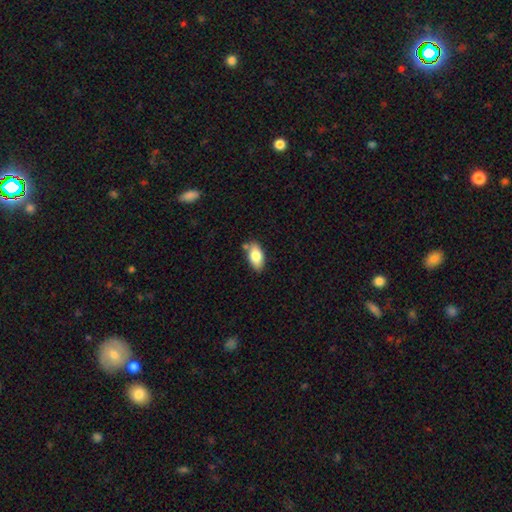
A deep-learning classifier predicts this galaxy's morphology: Smooth or featured? smooth (78%)
How rounded? in between (91%)
Merging? none (74%)